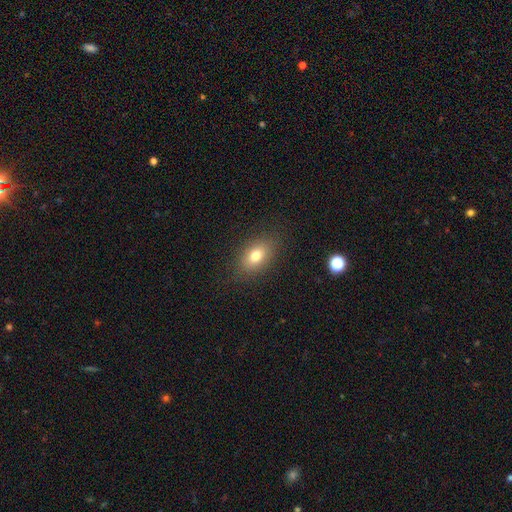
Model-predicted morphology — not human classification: Smooth or featured?
  - smooth: 77% *
  - featured or disk: 13%
  - star or artifact: 10%
How rounded?
  - in between: 83% *
  - round: 14%
  - cigar-shaped: 3%
Merging?
  - none: 85% *
  - minor disturbance: 10%
  - major disturbance: 4%
  - merger: 1%